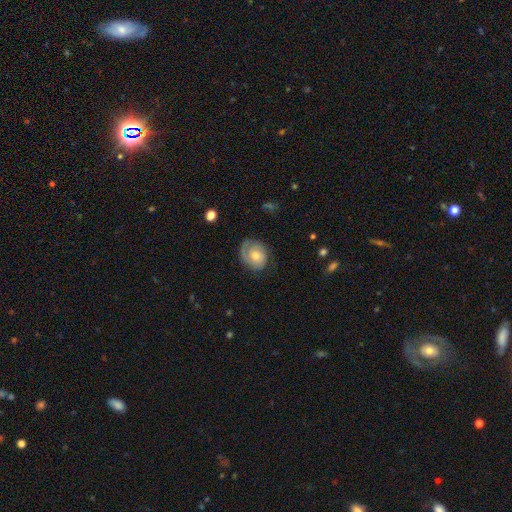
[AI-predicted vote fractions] Smooth or featured?
  - featured or disk: 57% *
  - smooth: 35%
  - star or artifact: 8%
Edge-on disk?
  - no: 96% *
  - yes: 4%
Bar?
  - no: 78% *
  - weak: 19%
  - strong: 3%
Spiral arms?
  - yes: 81% *
  - no: 19%
Bulge size?
  - moderate: 59% *
  - small: 31%
  - large: 6%
  - none: 2%
  - dominant: 1%
Merging?
  - none: 69% *
  - minor disturbance: 21%
  - major disturbance: 9%
  - merger: 1%